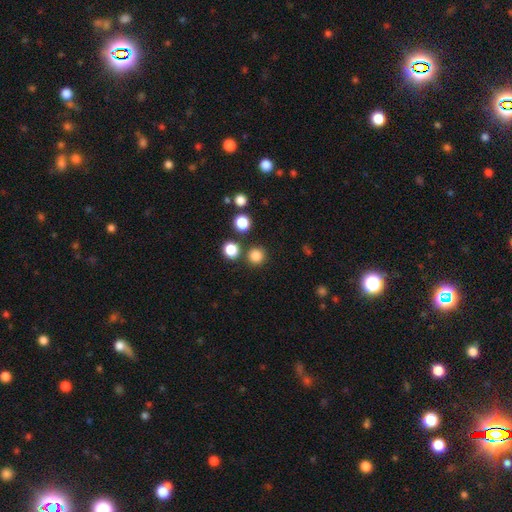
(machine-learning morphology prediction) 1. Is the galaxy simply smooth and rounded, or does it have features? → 83% smooth, 13% star or artifact, 4% featured or disk.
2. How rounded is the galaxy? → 94% round, 5% in between, 1% cigar-shaped.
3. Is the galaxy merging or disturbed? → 84% none, 7% merger, 6% minor disturbance, 3% major disturbance.